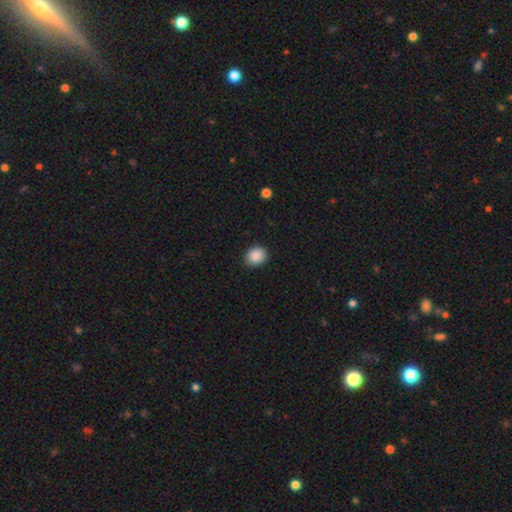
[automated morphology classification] Smooth or featured? Predicted: smooth (p=0.89). How rounded? Predicted: round (p=0.72). Merging? Predicted: none (p=0.89).